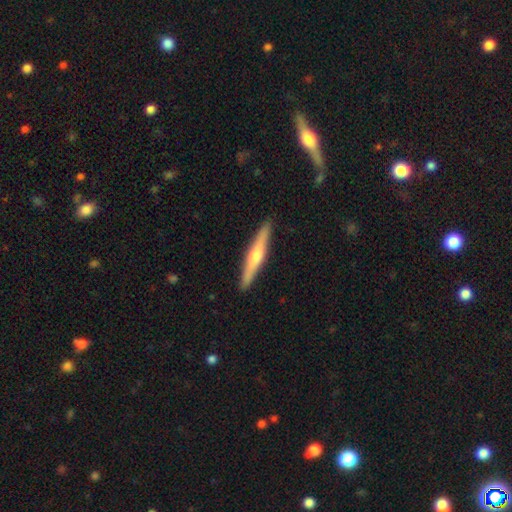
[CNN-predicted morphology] Smooth or featured: featured or disk — 63% (smooth — 32%)
Edge-on disk: yes — 97% (no — 3%)
Edge-on bulge: rounded — 83% (none — 9%)
Merging: none — 90% (minor disturbance — 7%)